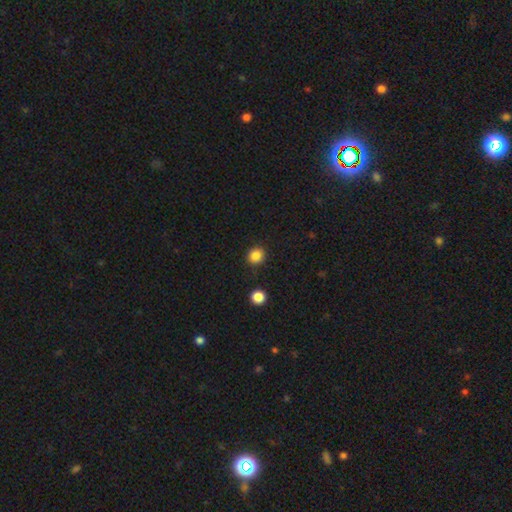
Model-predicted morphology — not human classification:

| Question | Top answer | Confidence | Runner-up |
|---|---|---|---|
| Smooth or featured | smooth | 85% | star or artifact (11%) |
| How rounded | round | 89% | in between (10%) |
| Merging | none | 89% | minor disturbance (6%) |